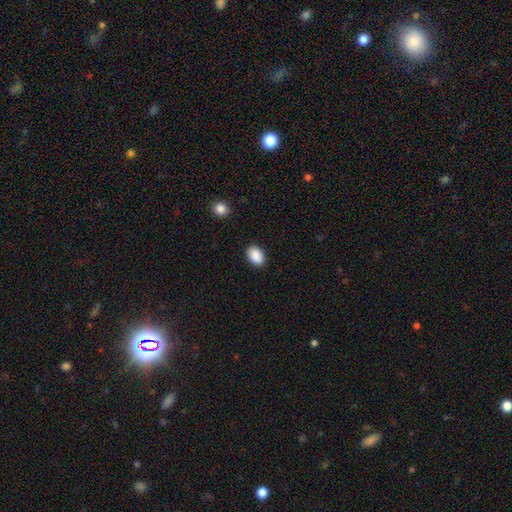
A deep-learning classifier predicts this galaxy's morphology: A smooth galaxy with no disk features (90%) that is in between round and cigar-shaped (83%). Merging: none (89%).